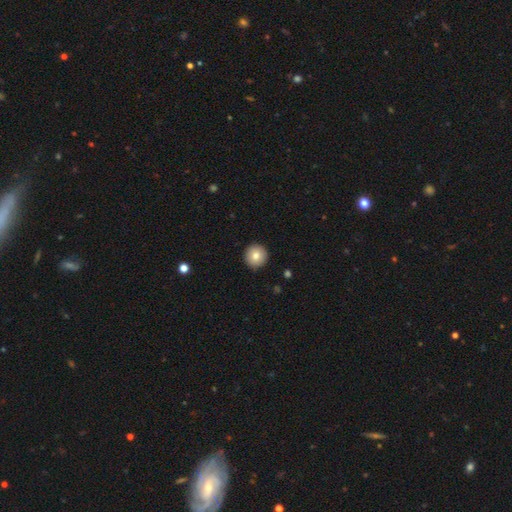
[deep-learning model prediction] Smooth or featured? smooth (81%)
How rounded? round (96%)
Merging? none (93%)